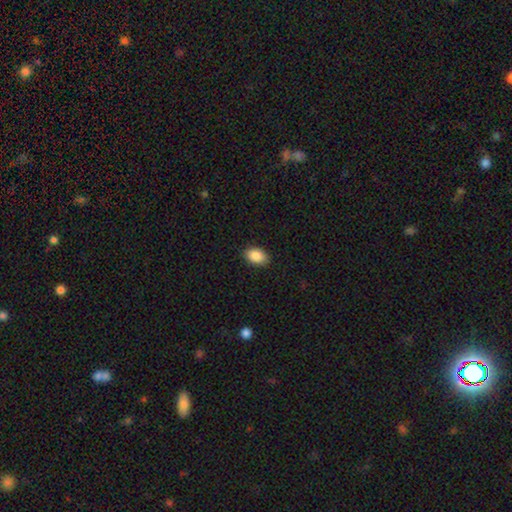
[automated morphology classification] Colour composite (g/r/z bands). It shows a smooth galaxy with no disk features (89%) that is in between round and cigar-shaped (89%). Merging: none (89%).